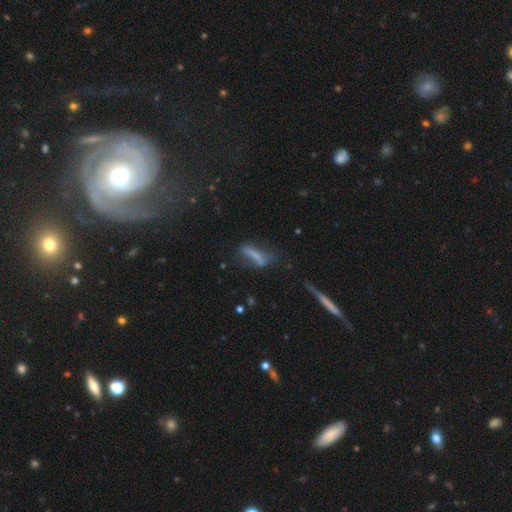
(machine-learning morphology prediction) smooth-or-featured: smooth: 52% | featured or disk: 35% | star or artifact: 13%
  how-rounded: cigar-shaped: 61% | in between: 35% | round: 3%
  merging: none: 44% | minor disturbance: 26% | major disturbance: 23% | merger: 7%